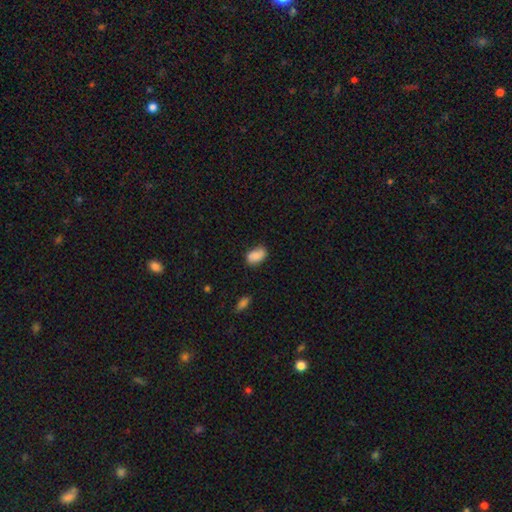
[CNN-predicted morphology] smooth-or-featured: smooth: 85% | featured or disk: 8% | star or artifact: 7%
  how-rounded: in between: 91% | round: 8% | cigar-shaped: 2%
  merging: none: 69% | minor disturbance: 24% | major disturbance: 5% | merger: 2%